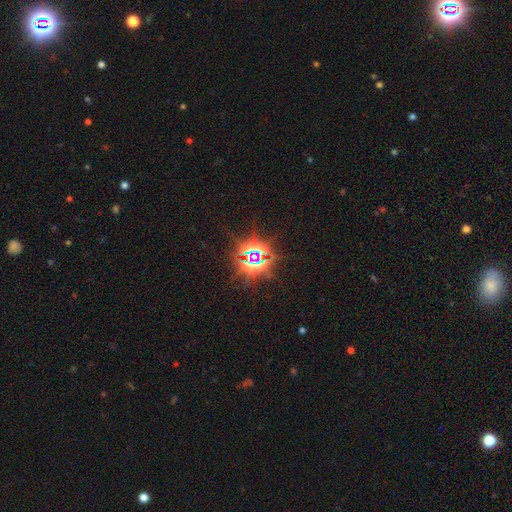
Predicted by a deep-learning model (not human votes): Overall: star or artifact (82%).